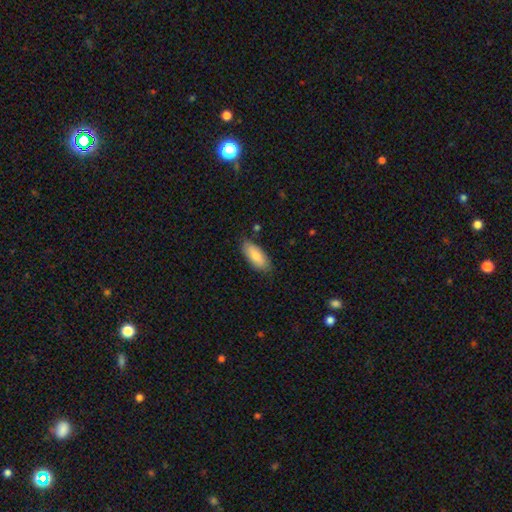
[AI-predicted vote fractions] Smooth or featured?
  - smooth: 84% *
  - featured or disk: 10%
  - star or artifact: 6%
How rounded?
  - in between: 83% *
  - cigar-shaped: 16%
  - round: 2%
Merging?
  - none: 80% *
  - minor disturbance: 15%
  - major disturbance: 3%
  - merger: 2%